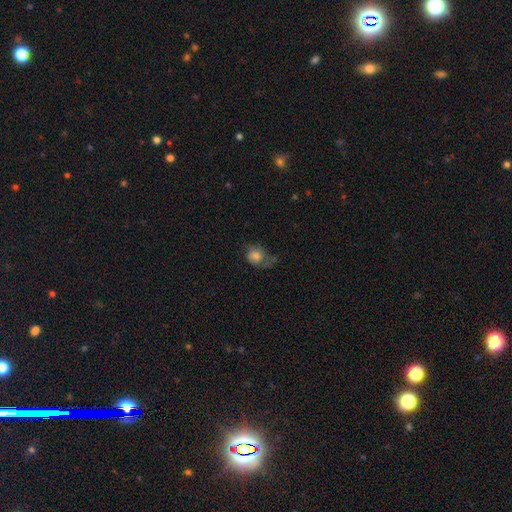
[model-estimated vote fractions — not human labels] Overall: smooth (74%). How rounded: round (66%; in between 33%). Merging: none (37%; minor disturbance 32%).